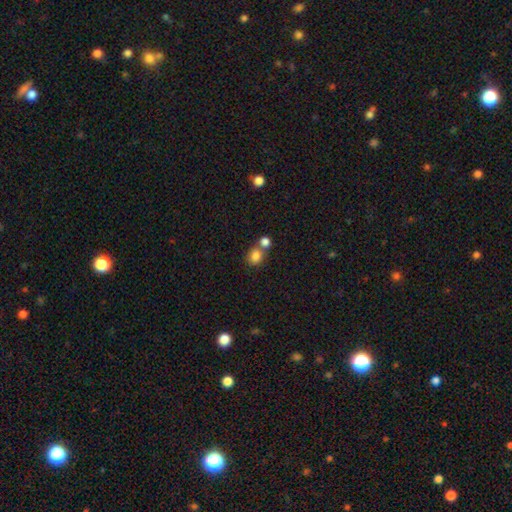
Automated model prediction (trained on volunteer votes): smooth 84%, star or artifact 10%, featured or disk 6%. Down the decision tree: how rounded — round (69%); merging — none (47%).